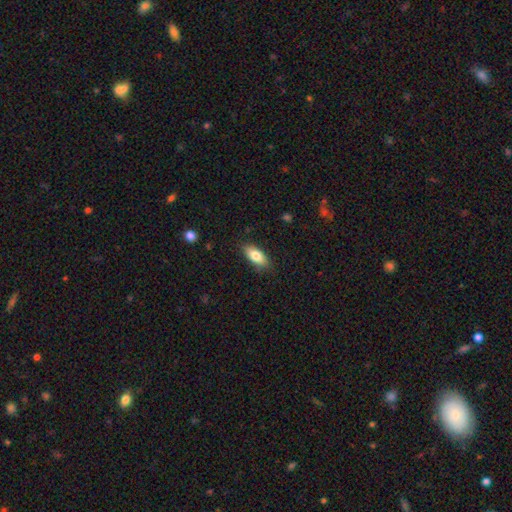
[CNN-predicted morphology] A smooth galaxy with no disk features (80%) that is in between round and cigar-shaped (83%).

Vote fractions:
- Smooth or featured? smooth: 80% / featured or disk: 13% / star or artifact: 7%
- How rounded? in between: 83% / cigar-shaped: 14% / round: 3%
- Merging? none: 83% / minor disturbance: 13% / major disturbance: 2% / merger: 1%